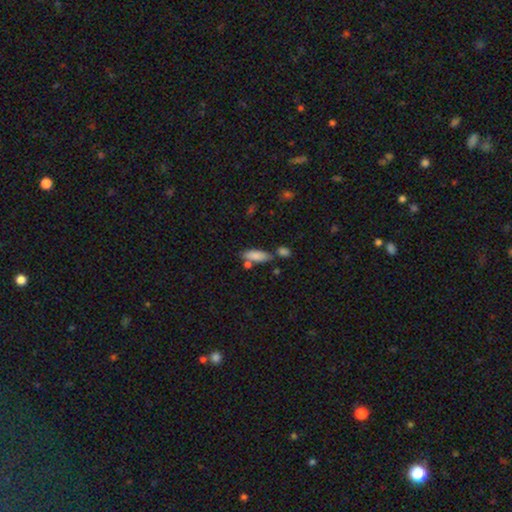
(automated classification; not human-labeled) This is clearly a smooth galaxy (84%). How rounded: likely in between (68%). Merging: likely none (61%).